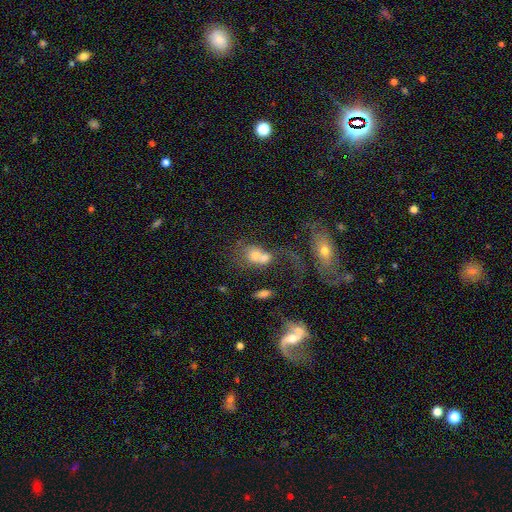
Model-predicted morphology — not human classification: smooth 61%, featured or disk 27%, star or artifact 12%. Down the decision tree: how rounded — round (53%); merging — merger (66%).